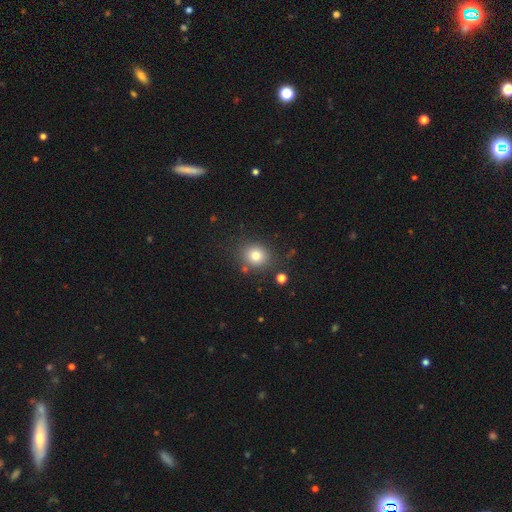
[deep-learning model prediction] Smooth or featured? Predicted: smooth (p=0.78). How rounded? Predicted: round (p=0.79). Merging? Predicted: none (p=0.82).